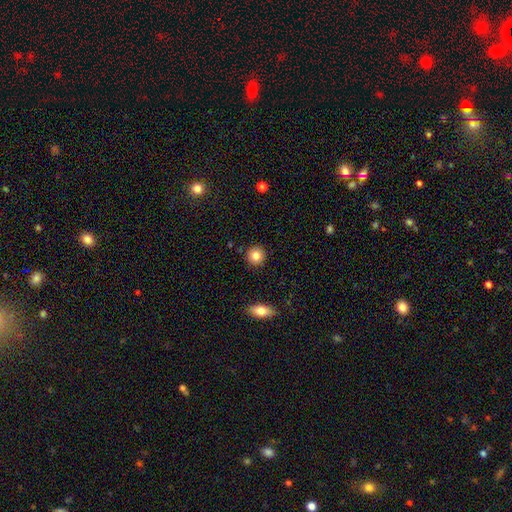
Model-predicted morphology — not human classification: Overall: smooth (84%). How rounded: round (92%). Merging: none (91%).